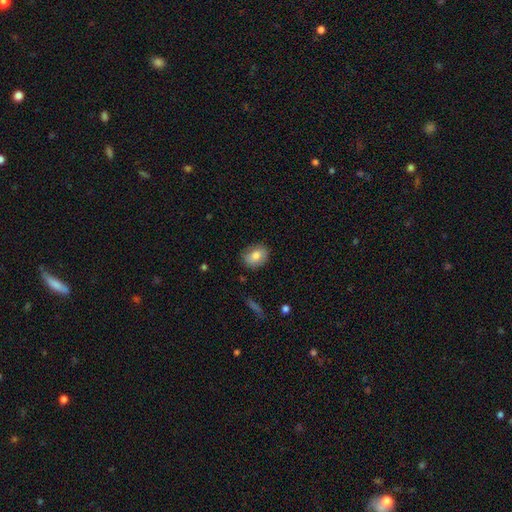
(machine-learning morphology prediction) Overall: smooth (79%). How rounded: in between (61%; round 38%). Merging: none (82%).